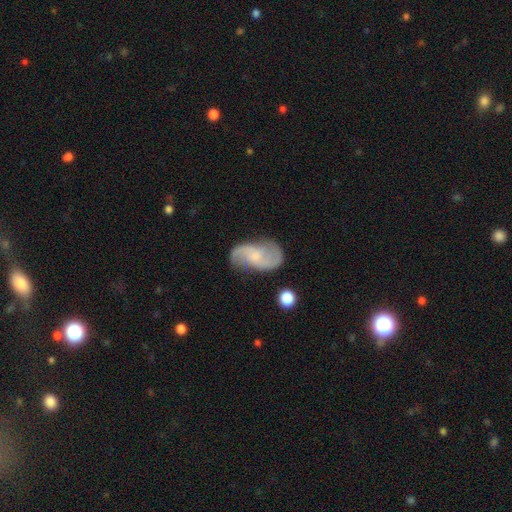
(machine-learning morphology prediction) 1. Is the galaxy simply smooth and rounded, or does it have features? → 82% featured or disk, 12% smooth, 6% star or artifact.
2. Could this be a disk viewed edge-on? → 97% no, 3% yes.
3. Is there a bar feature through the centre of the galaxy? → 54% no, 39% weak, 7% strong.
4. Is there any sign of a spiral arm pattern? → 96% yes, 4% no.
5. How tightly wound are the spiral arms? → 49% loose, 39% medium, 12% tight.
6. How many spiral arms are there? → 91% 2, 3% can't tell, 2% 3, 1% 1, 1% 4, 1% more than 4.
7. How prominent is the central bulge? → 50% small, 23% moderate, 22% none, 3% large, 1% dominant.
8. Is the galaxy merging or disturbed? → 76% none, 16% minor disturbance, 6% major disturbance, 2% merger.